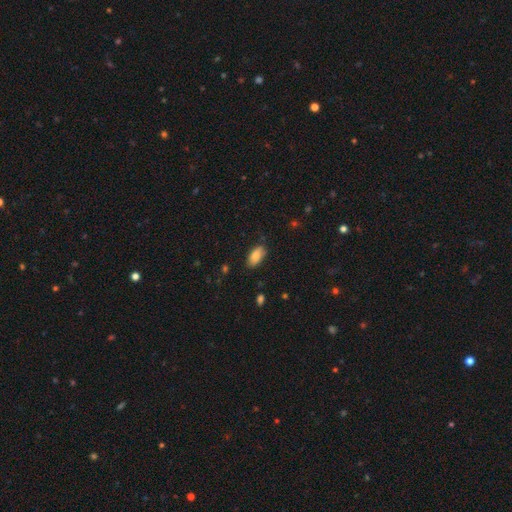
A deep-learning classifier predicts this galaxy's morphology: smooth-or-featured: smooth: 86% | featured or disk: 7% | star or artifact: 7%
  how-rounded: in between: 92% | cigar-shaped: 6% | round: 2%
  merging: none: 79% | minor disturbance: 17% | major disturbance: 3% | merger: 1%